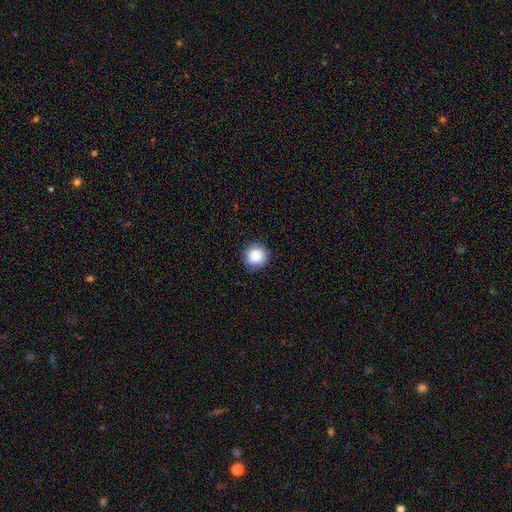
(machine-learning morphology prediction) A smooth galaxy with no disk features (87%) that is round (94%). Merging: none (84%).